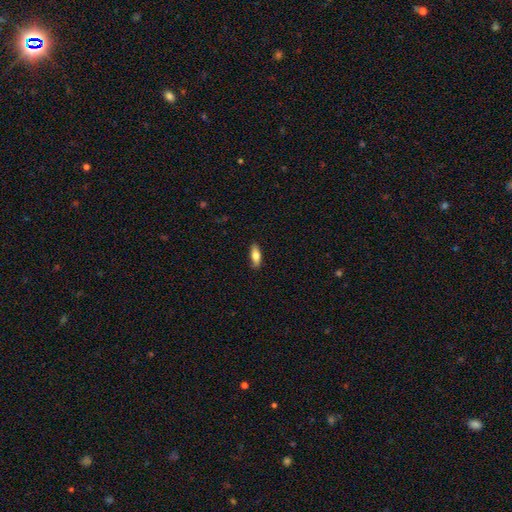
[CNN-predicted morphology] Smooth or featured: smooth — 73% (featured or disk — 21%)
How rounded: in between — 71% (cigar-shaped — 27%)
Merging: none — 86% (minor disturbance — 11%)